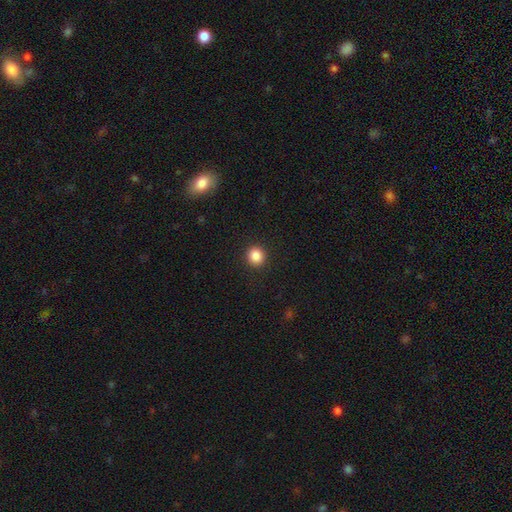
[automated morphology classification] This is clearly a smooth galaxy (87%). How rounded: clearly round (92%). Merging: clearly none (92%).